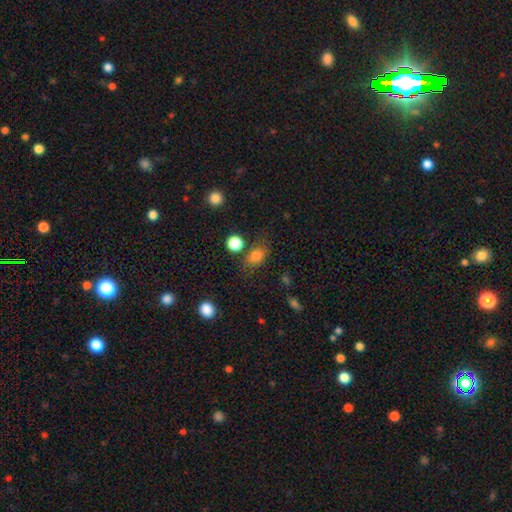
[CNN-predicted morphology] A smooth galaxy with no disk features (80%) that is in between round and cigar-shaped (70%).

Vote fractions:
- Smooth or featured? smooth: 80% / star or artifact: 12% / featured or disk: 8%
- How rounded? in between: 70% / round: 27% / cigar-shaped: 3%
- Merging? none: 68% / minor disturbance: 18% / merger: 7% / major disturbance: 7%